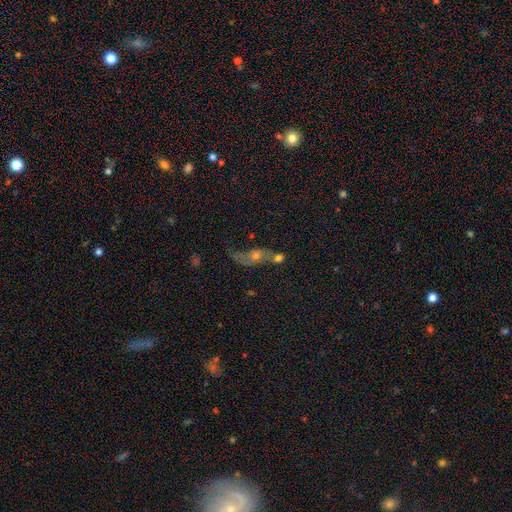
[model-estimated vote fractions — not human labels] Smooth or featured: featured or disk — 52% (smooth — 35%)
Edge-on disk: no — 85% (yes — 15%)
Merging: merger — 39% (none — 27%)